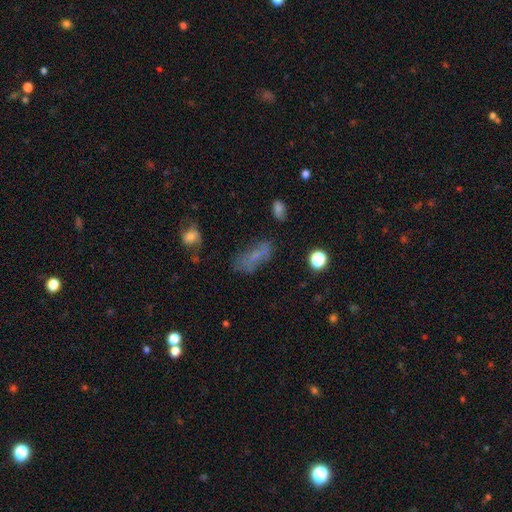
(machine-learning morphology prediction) A smooth galaxy with no disk features (55%) that is in between round and cigar-shaped (70%).

Vote fractions:
- Smooth or featured? smooth: 55% / featured or disk: 26% / star or artifact: 18%
- How rounded? in between: 70% / cigar-shaped: 24% / round: 6%
- Merging? none: 53% / minor disturbance: 24% / major disturbance: 17% / merger: 6%